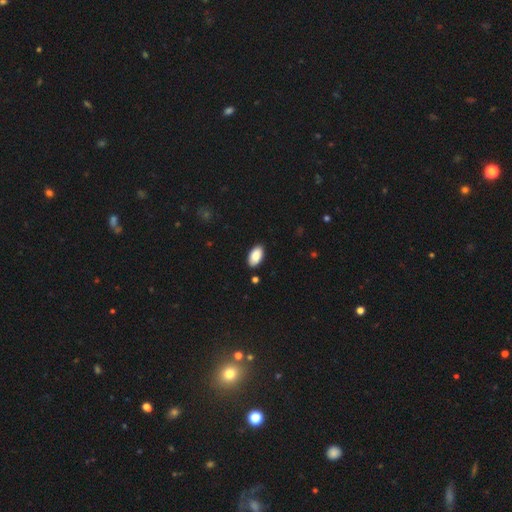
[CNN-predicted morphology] type=smooth (89%); roundness=in between (95%); merging=none (88%).